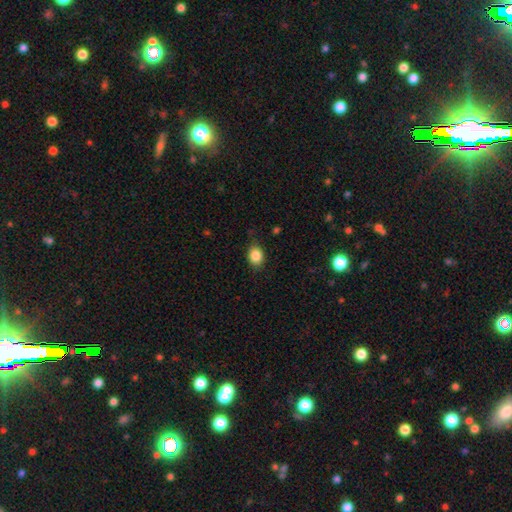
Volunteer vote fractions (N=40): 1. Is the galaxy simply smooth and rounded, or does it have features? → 82% smooth, 10% star or artifact, 8% featured or disk.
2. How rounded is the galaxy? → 58% in between, 36% round, 6% cigar-shaped.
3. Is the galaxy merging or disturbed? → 78% none, 22% minor disturbance, 0% major disturbance, 0% merger.